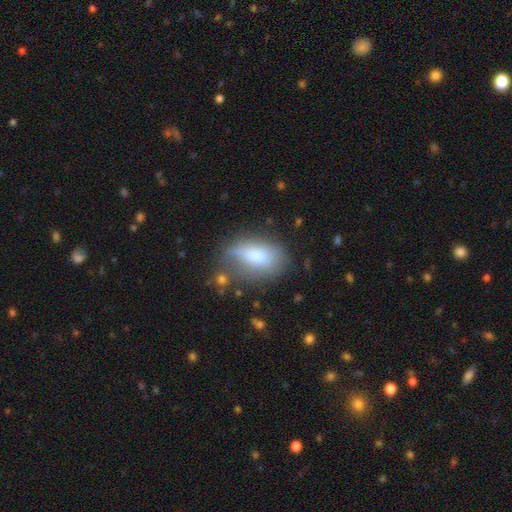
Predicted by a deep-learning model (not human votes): A smooth galaxy with no disk features (67%) that is in between round and cigar-shaped (85%). Merging: none (51%).